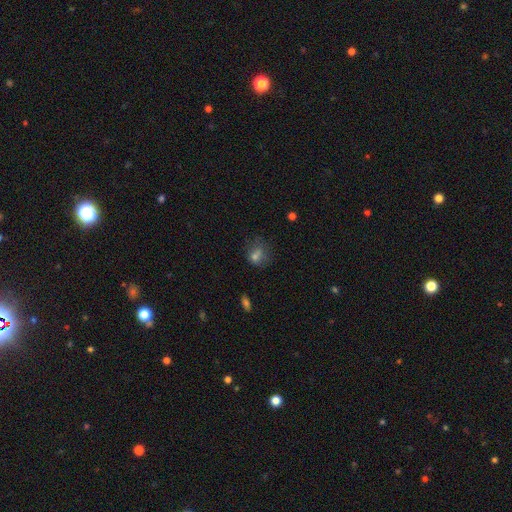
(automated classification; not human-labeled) A smooth galaxy with no disk features (65%) that is round (57%). Merging: none (43%).